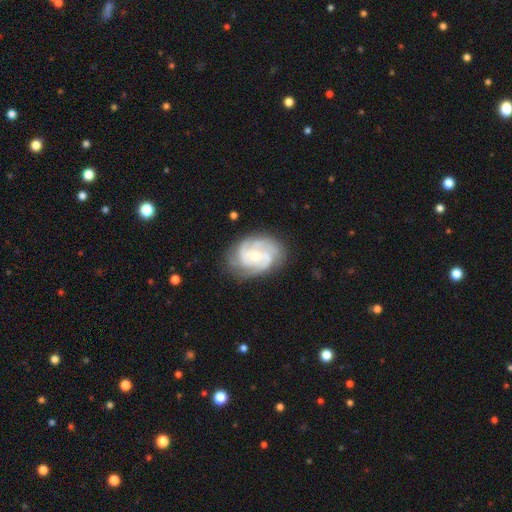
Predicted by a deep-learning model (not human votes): smooth_or_featured: featured or disk (p=0.87) [alt: smooth p=0.08]
disk_edge_on: no (p=0.98) [alt: yes p=0.02]
bar: no (p=0.59) [alt: weak p=0.33]
has_spiral_arms: yes (p=0.97) [alt: no p=0.03]
spiral_winding: tight (p=0.56) [alt: medium p=0.37]
spiral_arm_count: 3 (p=0.42) [alt: 4 p=0.17]
bulge_size: small (p=0.51) [alt: moderate p=0.44]
merging: none (p=0.75) [alt: minor disturbance p=0.17]